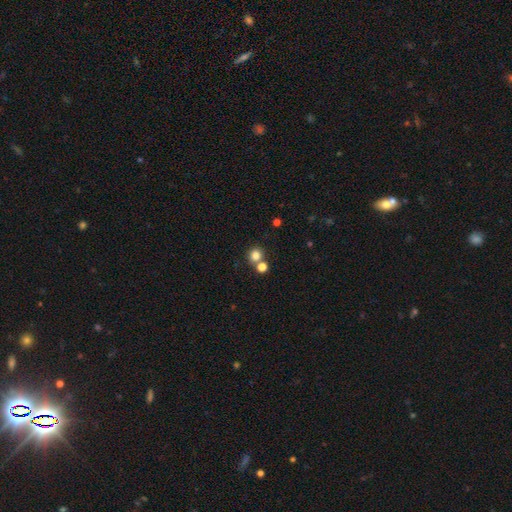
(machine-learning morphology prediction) Smooth or featured? smooth (80%)
How rounded? round (89%)
Merging? none (65%)